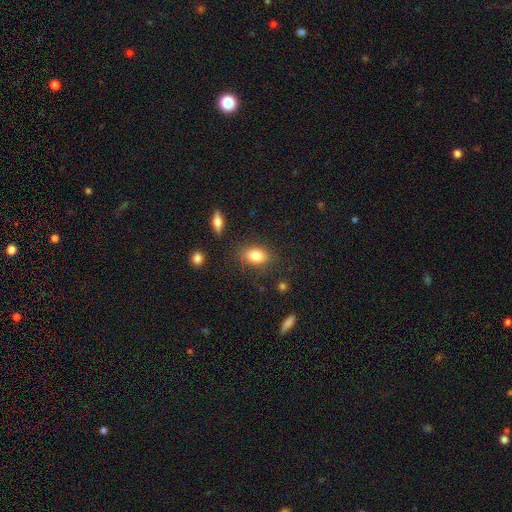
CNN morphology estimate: Smooth or featured? smooth (82%)
How rounded? in between (84%)
Merging? none (81%)